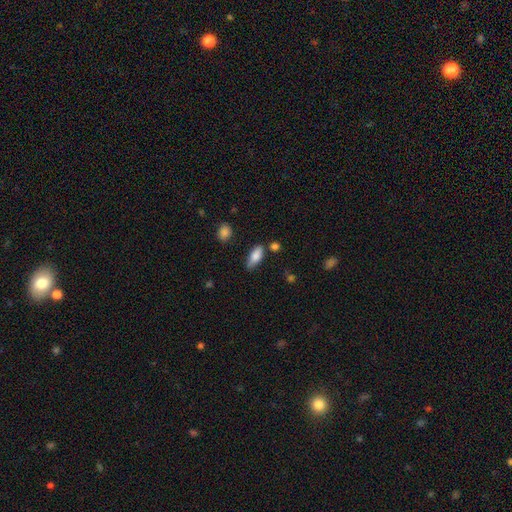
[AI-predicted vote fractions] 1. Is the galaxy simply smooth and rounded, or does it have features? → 81% smooth, 12% featured or disk, 7% star or artifact.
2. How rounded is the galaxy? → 77% in between, 21% cigar-shaped, 3% round.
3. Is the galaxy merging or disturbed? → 73% none, 18% minor disturbance, 5% merger, 4% major disturbance.